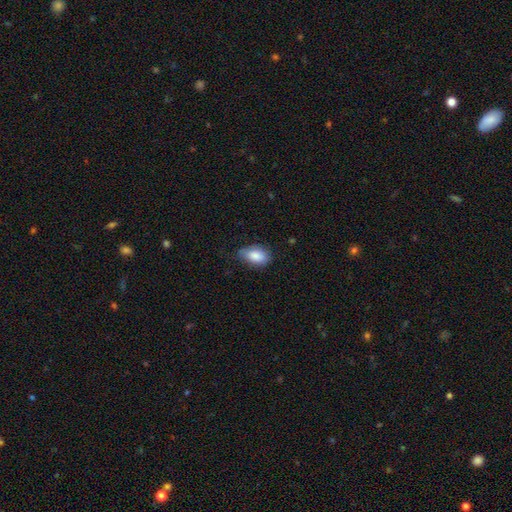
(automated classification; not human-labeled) Q: Smooth or featured?
A: smooth (85%); runner-up: featured or disk (8%)
Q: How rounded?
A: in between (91%); runner-up: round (7%)
Q: Merging?
A: none (65%); runner-up: minor disturbance (29%)